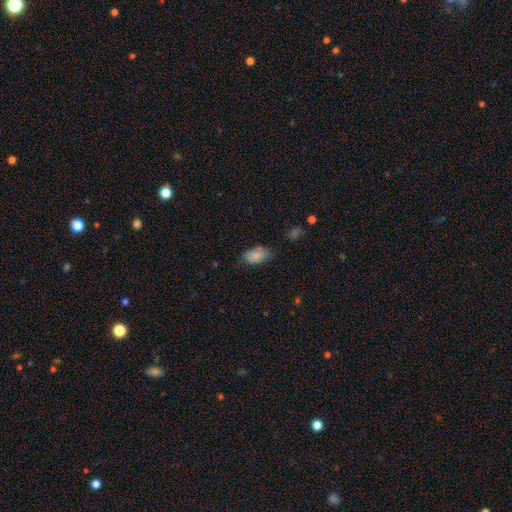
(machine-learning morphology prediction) Smooth or featured? Predicted: smooth (p=0.85). How rounded? Predicted: in between (p=0.93). Merging? Predicted: none (p=0.67).